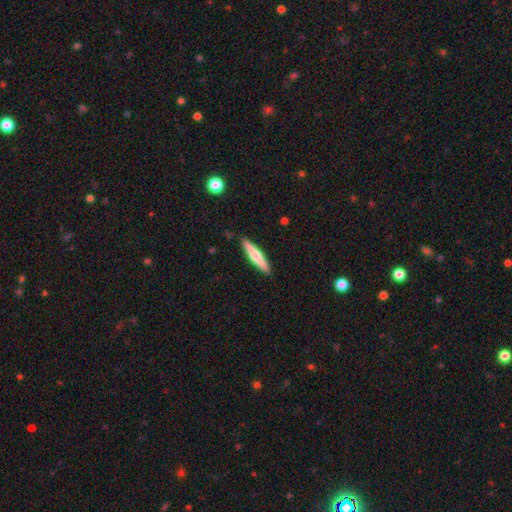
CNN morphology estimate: The model was most divided on "smooth or featured": smooth: 58%, featured or disk: 37%, star or artifact: 5%. More confident: how rounded — cigar-shaped (89%); merging — none (89%).